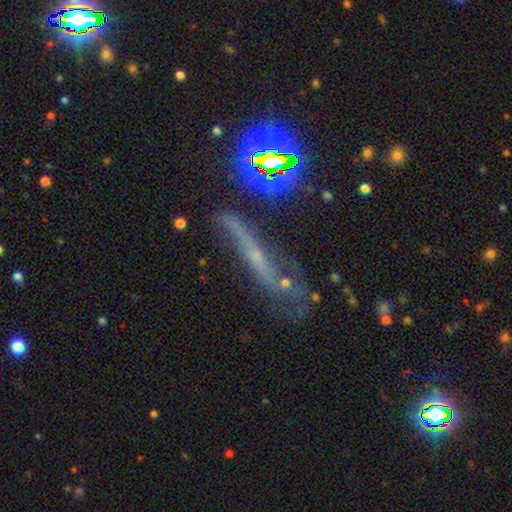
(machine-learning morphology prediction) This appears to be a featured or disk galaxy (54%) viewed edge-on (57%). Merging: none (44%).